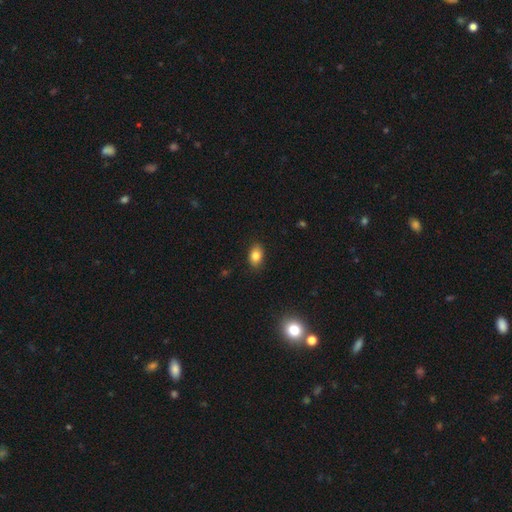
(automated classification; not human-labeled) smooth-or-featured: smooth: 83% | star or artifact: 9% | featured or disk: 7%
  how-rounded: in between: 83% | round: 15% | cigar-shaped: 1%
  merging: none: 87% | minor disturbance: 9% | major disturbance: 2% | merger: 1%